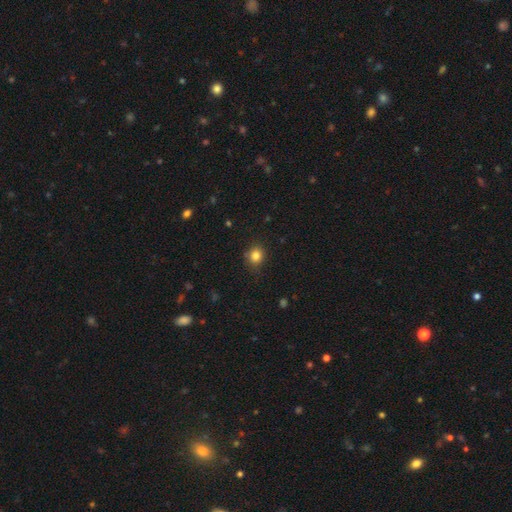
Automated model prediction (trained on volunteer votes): A smooth galaxy with no disk features (83%) that is round (80%). Merging: none (80%).